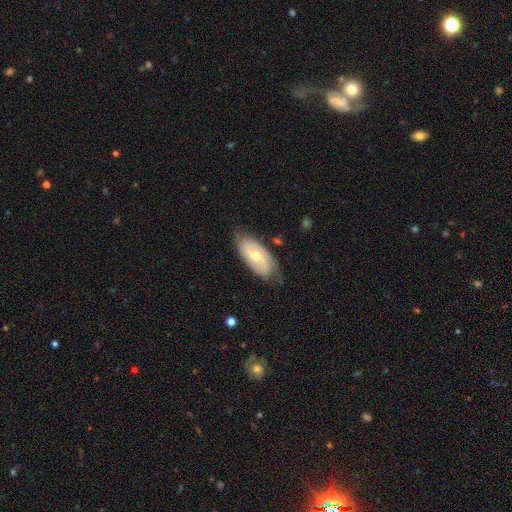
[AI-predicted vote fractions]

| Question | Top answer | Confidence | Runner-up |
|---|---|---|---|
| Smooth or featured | featured or disk | 61% | smooth (32%) |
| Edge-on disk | no | 88% | yes (12%) |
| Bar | no | 52% | weak (36%) |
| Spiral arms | yes | 77% | no (23%) |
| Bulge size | moderate | 62% | small (33%) |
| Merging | none | 73% | minor disturbance (20%) |